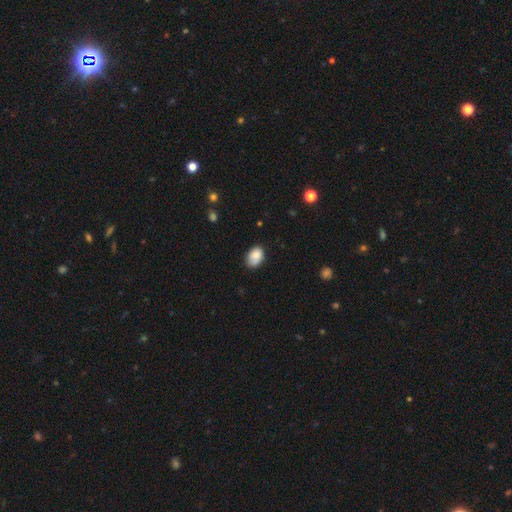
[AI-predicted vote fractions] Smooth or featured: smooth — 81% (featured or disk — 11%)
How rounded: in between — 82% (round — 17%)
Merging: none — 67% (minor disturbance — 26%)